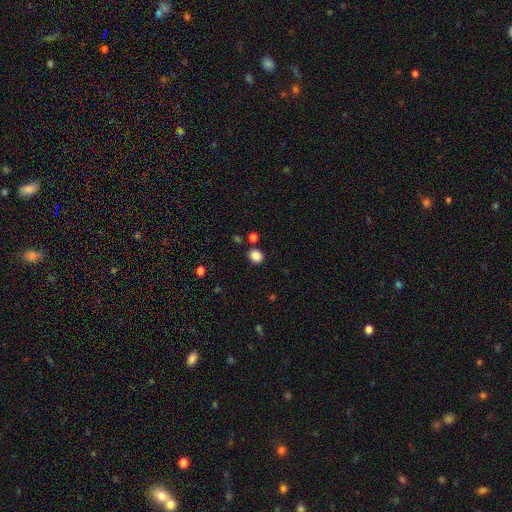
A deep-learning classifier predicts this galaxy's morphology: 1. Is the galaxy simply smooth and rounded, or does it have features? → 86% smooth, 11% star or artifact, 3% featured or disk.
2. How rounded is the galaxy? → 70% round, 29% in between, 1% cigar-shaped.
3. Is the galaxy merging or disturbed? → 82% none, 9% minor disturbance, 6% merger, 3% major disturbance.